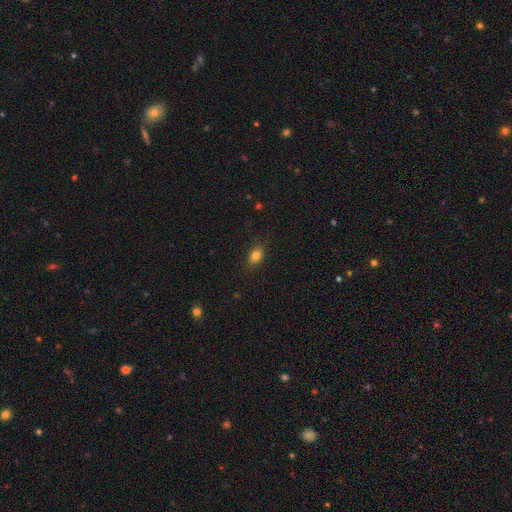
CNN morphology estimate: smooth-or-featured: smooth: 83% | star or artifact: 10% | featured or disk: 7%
  how-rounded: in between: 80% | round: 18% | cigar-shaped: 2%
  merging: none: 85% | minor disturbance: 11% | major disturbance: 3% | merger: 1%